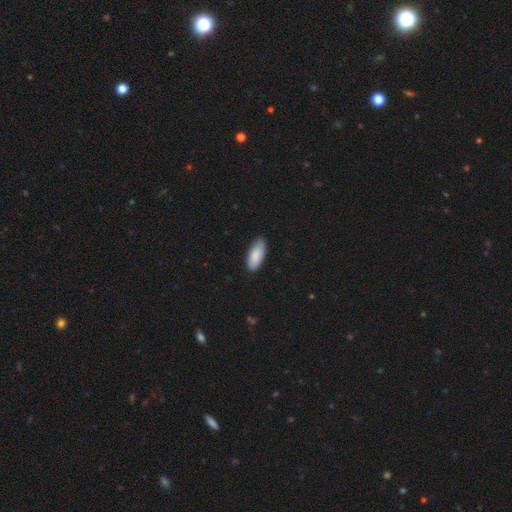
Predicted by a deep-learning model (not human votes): This is clearly a smooth galaxy (88%). How rounded: clearly in between (84%). Merging: clearly none (85%).